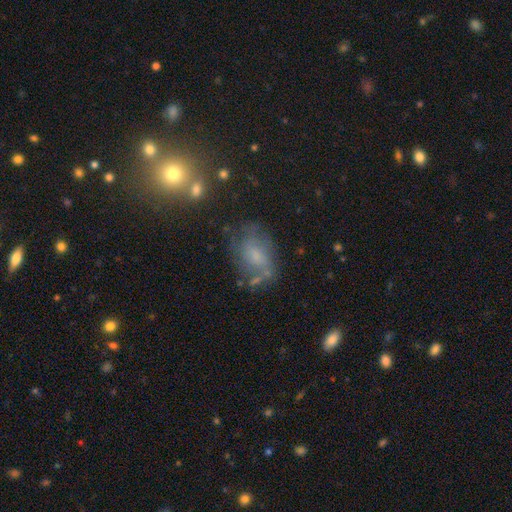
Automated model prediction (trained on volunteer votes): featured or disk 46%, smooth 37%, star or artifact 17%. Down the decision tree: merging — none (55%).